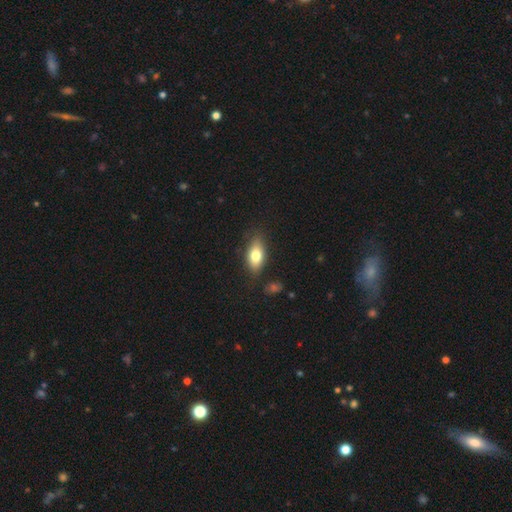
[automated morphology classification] Smooth or featured? smooth (75%)
How rounded? in between (84%)
Merging? none (78%)